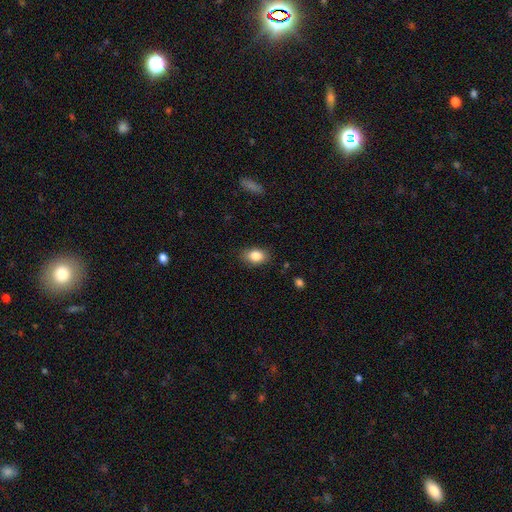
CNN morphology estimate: The model was most divided on "how rounded": in between: 81%, round: 18%, cigar-shaped: 2%. More confident: smooth or featured — smooth (85%); merging — none (84%).